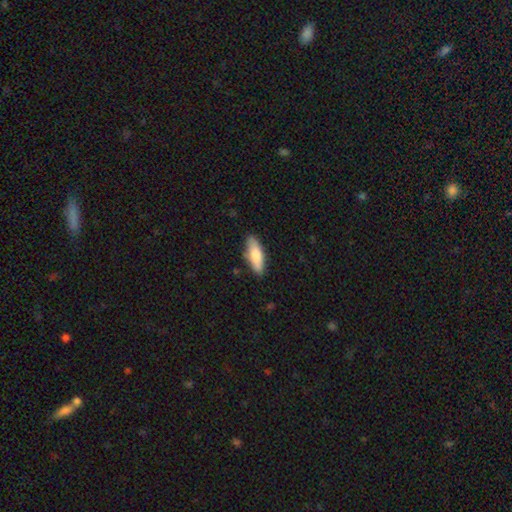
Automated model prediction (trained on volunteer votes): Smooth or featured?
  - smooth: 78% *
  - featured or disk: 17%
  - star or artifact: 5%
How rounded?
  - in between: 61% *
  - cigar-shaped: 38%
  - round: 2%
Merging?
  - none: 84% *
  - minor disturbance: 12%
  - major disturbance: 2%
  - merger: 1%